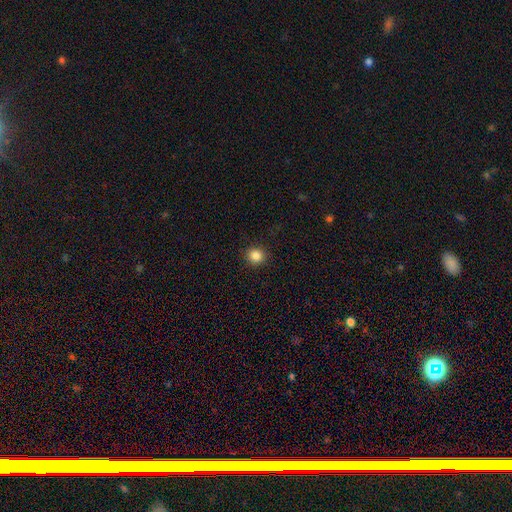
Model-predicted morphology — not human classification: Smooth or featured: smooth — 85% (star or artifact — 11%)
How rounded: round — 89% (in between — 10%)
Merging: none — 91% (minor disturbance — 6%)